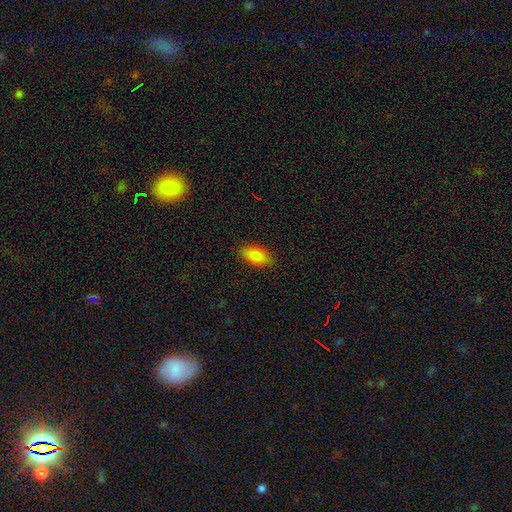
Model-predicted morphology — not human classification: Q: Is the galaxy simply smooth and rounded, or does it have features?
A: smooth — 88%.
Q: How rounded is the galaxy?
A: in between — 92%.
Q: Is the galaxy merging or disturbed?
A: none — 88%.